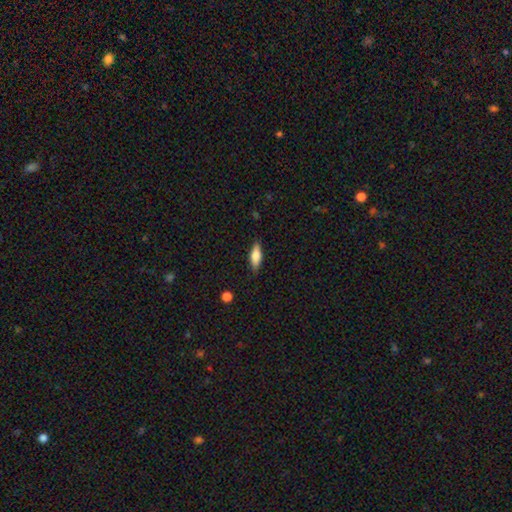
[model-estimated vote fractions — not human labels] The model was most divided on "how rounded": in between: 61%, cigar-shaped: 37%, round: 2%. More confident: merging — none (85%); smooth or featured — smooth (75%).